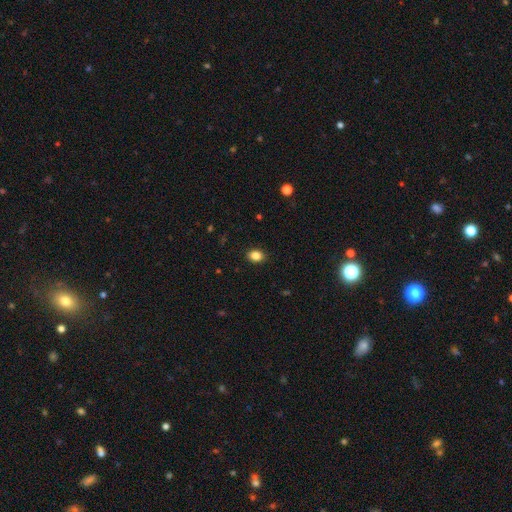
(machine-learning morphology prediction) This is clearly a smooth galaxy (85%). How rounded: likely in between (62%). Merging: clearly none (89%).